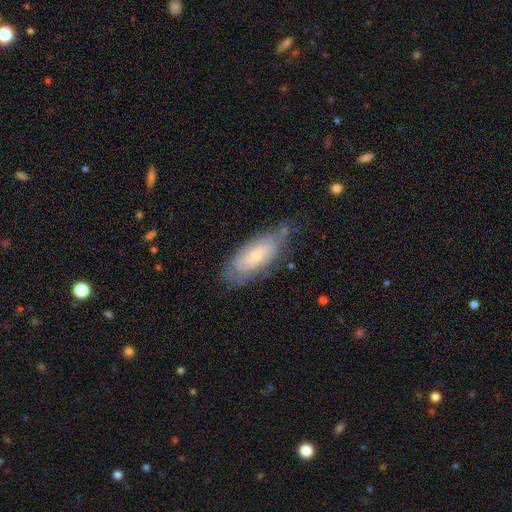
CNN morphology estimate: Smooth or featured?
  - featured or disk: 65% *
  - smooth: 29%
  - star or artifact: 7%
Edge-on disk?
  - no: 89% *
  - yes: 11%
Bar?
  - no: 66% *
  - weak: 28%
  - strong: 6%
Spiral arms?
  - yes: 81% *
  - no: 19%
Bulge size?
  - small: 67% *
  - moderate: 28%
  - none: 2%
  - large: 2%
  - dominant: 1%
Merging?
  - none: 62% *
  - minor disturbance: 27%
  - major disturbance: 9%
  - merger: 3%